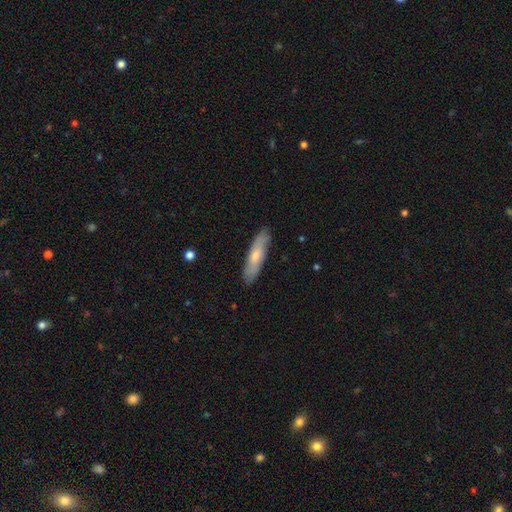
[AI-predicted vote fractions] A smooth galaxy with no disk features (60%) that is cigar-shaped (72%).

Vote fractions:
- Smooth or featured? smooth: 60% / featured or disk: 34% / star or artifact: 6%
- How rounded? cigar-shaped: 72% / in between: 26% / round: 2%
- Merging? none: 87% / minor disturbance: 10% / major disturbance: 2% / merger: 1%